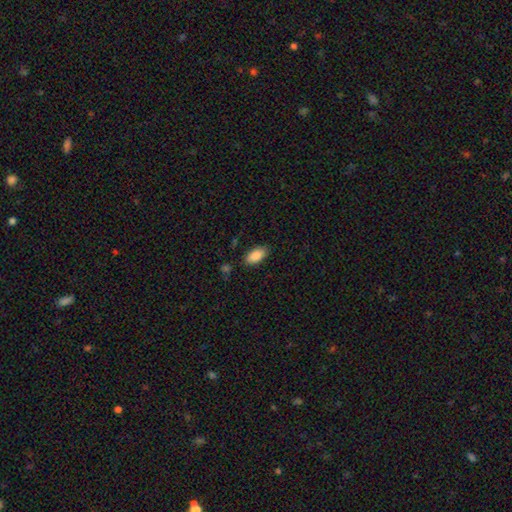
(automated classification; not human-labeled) Q: Smooth or featured?
A: smooth (88%); runner-up: star or artifact (7%)
Q: How rounded?
A: in between (92%); runner-up: cigar-shaped (5%)
Q: Merging?
A: none (84%); runner-up: minor disturbance (11%)